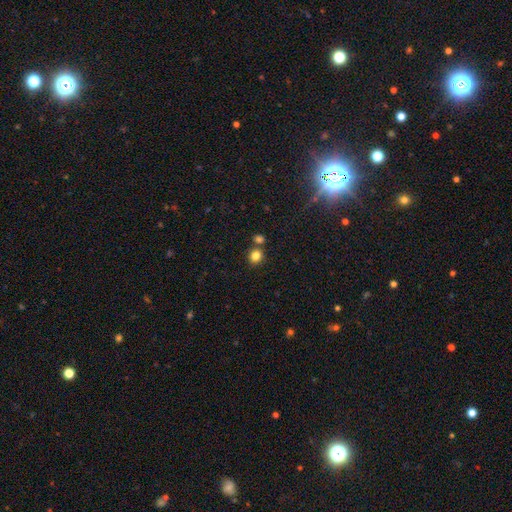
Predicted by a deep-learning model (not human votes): A smooth galaxy with no disk features (83%) that is round (76%). Merging: none (70%).